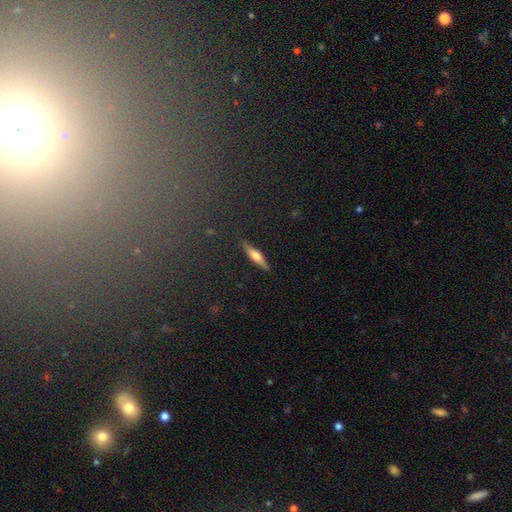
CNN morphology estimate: Smooth or featured? Predicted: smooth (p=0.47). Merging? Predicted: none (p=0.88).